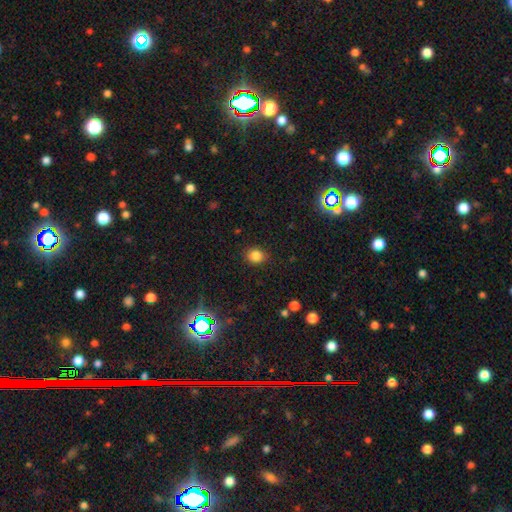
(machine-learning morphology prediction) Smooth or featured: smooth — 83% (star or artifact — 12%)
How rounded: round — 65% (in between — 34%)
Merging: none — 86% (minor disturbance — 10%)